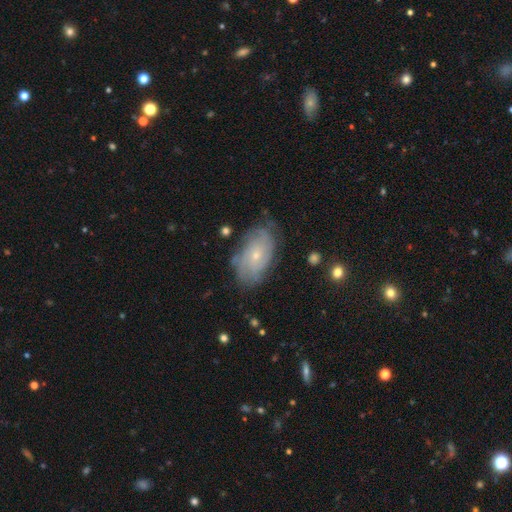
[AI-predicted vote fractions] smooth_or_featured: featured or disk (p=0.67) [alt: smooth p=0.25]
disk_edge_on: no (p=0.95) [alt: yes p=0.05]
bar: no (p=0.78) [alt: weak p=0.19]
has_spiral_arms: yes (p=0.86) [alt: no p=0.14]
spiral_winding: tight (p=0.64) [alt: medium p=0.26]
spiral_arm_count: can't tell (p=0.55) [alt: 2 p=0.16]
bulge_size: small (p=0.74) [alt: moderate p=0.23]
merging: none (p=0.71) [alt: minor disturbance p=0.21]